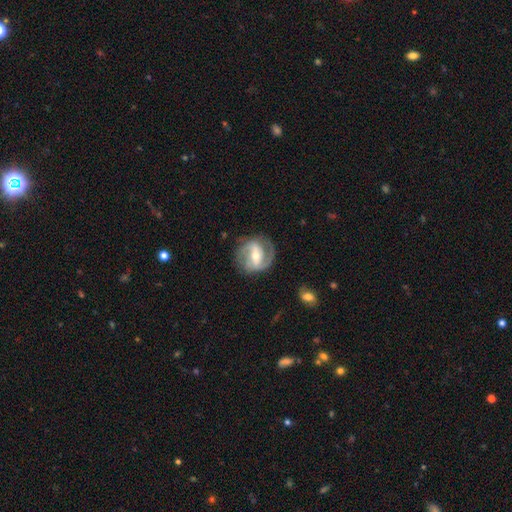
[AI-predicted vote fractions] This appears to be a featured or disk galaxy (85%) with a strong bar (51%), 2 (84%) medium (48%) spiral arms (93%) and a moderate central bulge (60%). Merging: none (78%).